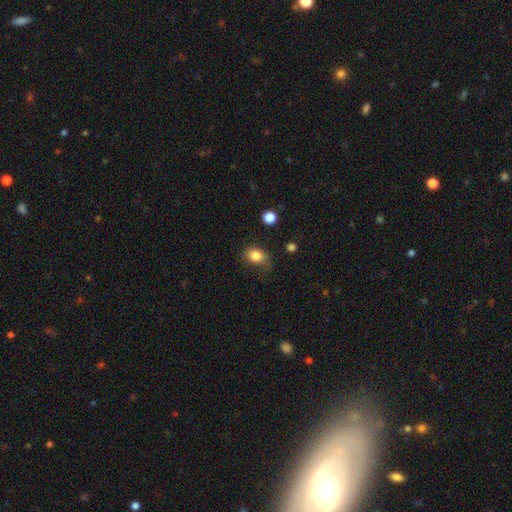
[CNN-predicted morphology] Smooth or featured? smooth (83%)
How rounded? in between (59%)
Merging? none (59%)